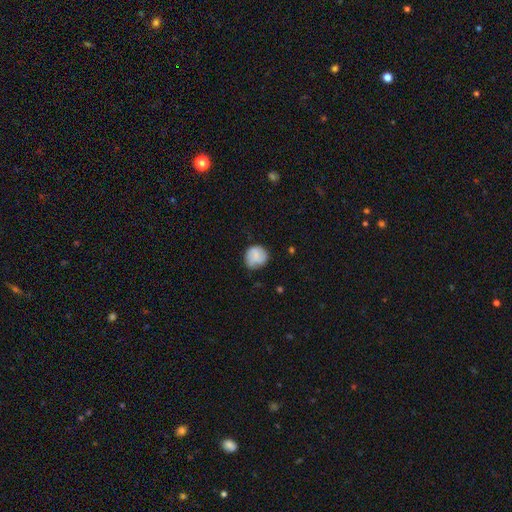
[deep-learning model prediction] A smooth galaxy with no disk features (72%) that is round (84%).

Vote fractions:
- Smooth or featured? smooth: 72% / featured or disk: 21% / star or artifact: 7%
- How rounded? round: 84% / in between: 15% / cigar-shaped: 1%
- Merging? none: 65% / minor disturbance: 27% / major disturbance: 6% / merger: 2%